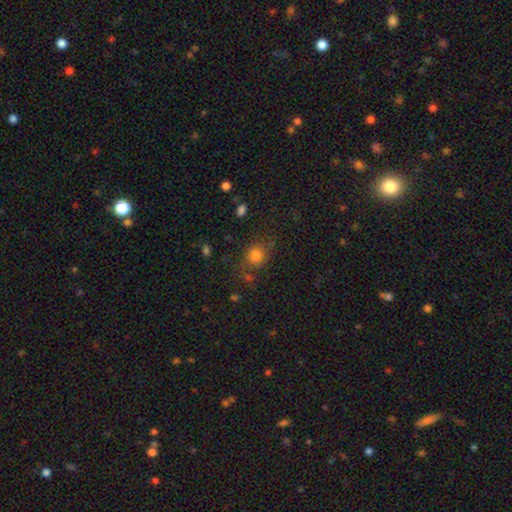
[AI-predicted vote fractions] smooth_or_featured: smooth (p=0.78) [alt: star or artifact p=0.13]
how_rounded: round (p=0.79) [alt: in between p=0.20]
merging: none (p=0.71) [alt: minor disturbance p=0.15]